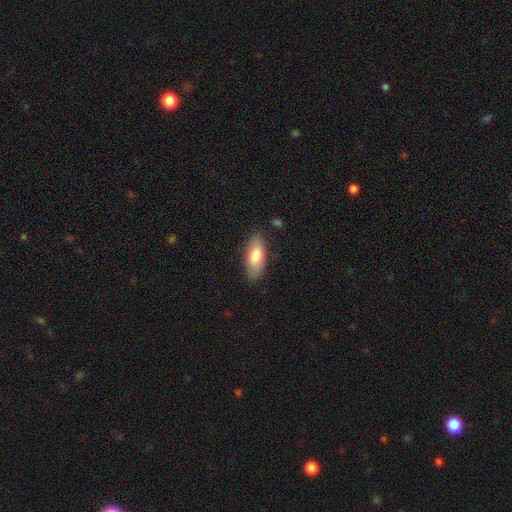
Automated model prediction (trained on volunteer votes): Overall: smooth (80%). How rounded: in between (82%). Merging: none (83%).